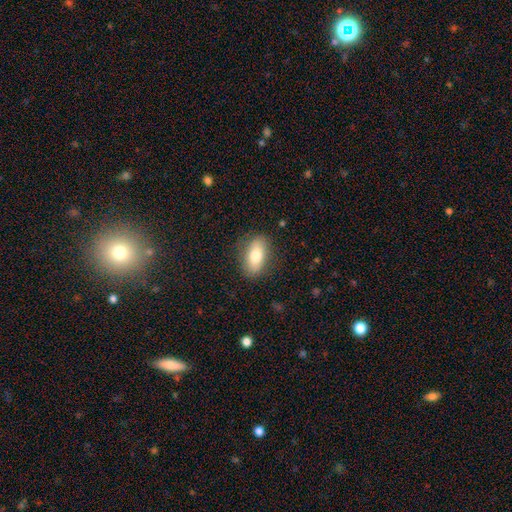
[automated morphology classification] smooth 76%, featured or disk 17%, star or artifact 7%. Down the decision tree: how rounded — in between (85%); merging — none (84%).